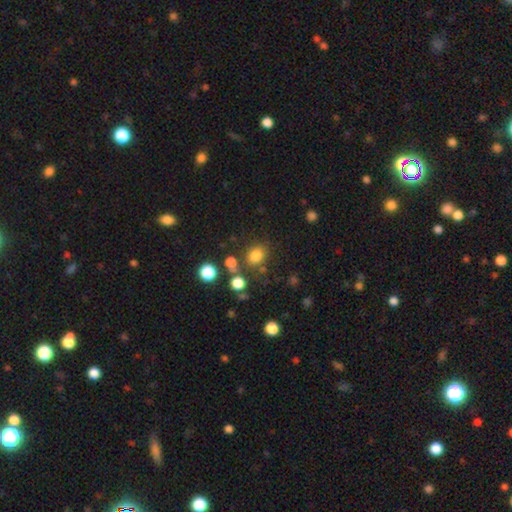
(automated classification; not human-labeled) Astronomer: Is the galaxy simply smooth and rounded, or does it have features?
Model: smooth — 79%.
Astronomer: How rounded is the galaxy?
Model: round — 66%.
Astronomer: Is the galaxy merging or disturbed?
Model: none — 74%.